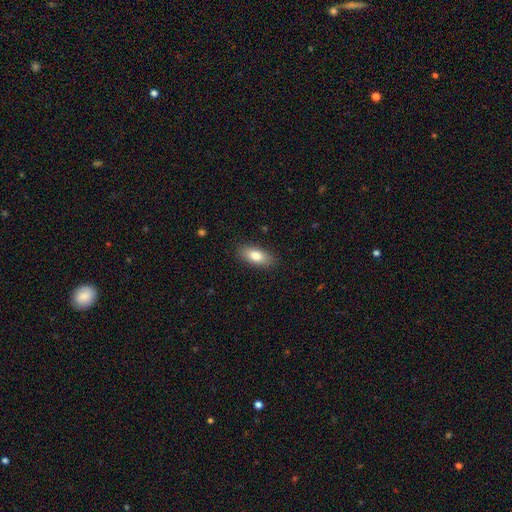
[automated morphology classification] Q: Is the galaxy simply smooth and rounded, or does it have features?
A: smooth — 80%.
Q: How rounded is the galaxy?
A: in between — 84%.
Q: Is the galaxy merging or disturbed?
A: none — 87%.